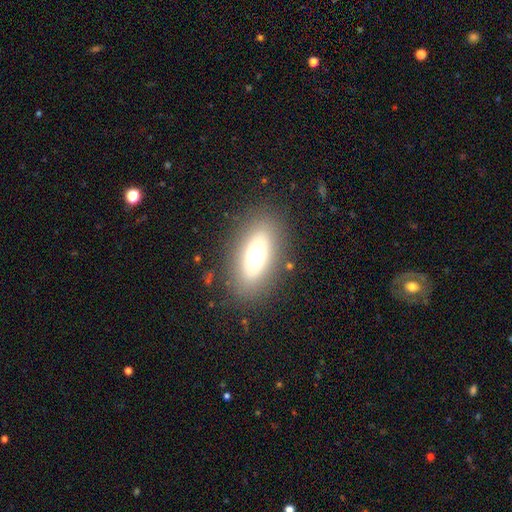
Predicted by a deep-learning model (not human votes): smooth 64%, featured or disk 26%, star or artifact 11%. Down the decision tree: how rounded — in between (83%); merging — none (84%).